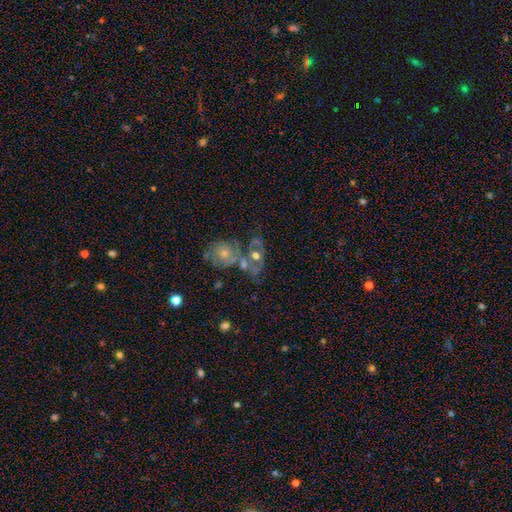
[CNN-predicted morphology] This appears to be a featured or disk galaxy (63%) with no bar (82%), spiral arms (60%) and a moderate central bulge (63%). Merging: merger (50%).